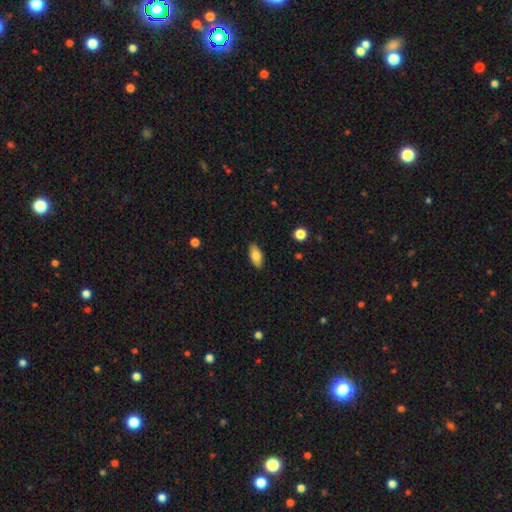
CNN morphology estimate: A smooth galaxy with no disk features (81%) that is in between round and cigar-shaped (89%).

Vote fractions:
- Smooth or featured? smooth: 81% / featured or disk: 12% / star or artifact: 7%
- How rounded? in between: 89% / cigar-shaped: 7% / round: 3%
- Merging? none: 86% / minor disturbance: 10% / major disturbance: 2% / merger: 1%